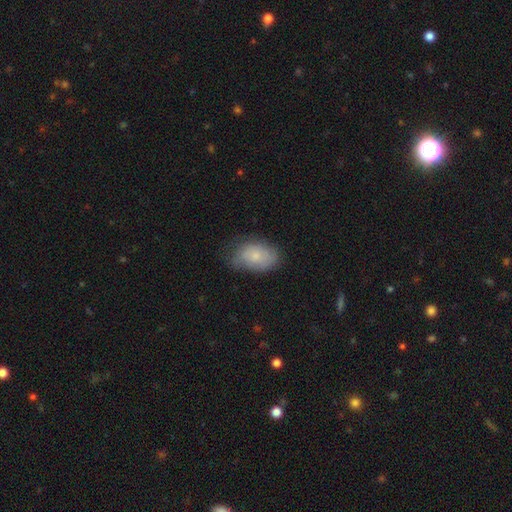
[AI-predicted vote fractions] Q: Smooth or featured?
A: smooth (73%); runner-up: featured or disk (19%)
Q: How rounded?
A: in between (87%); runner-up: round (12%)
Q: Merging?
A: none (62%); runner-up: minor disturbance (28%)